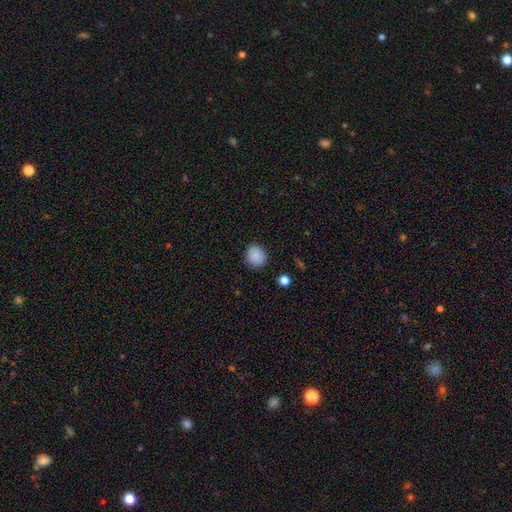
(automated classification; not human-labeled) smooth-or-featured: smooth: 88% | star or artifact: 9% | featured or disk: 3%
  how-rounded: round: 80% | in between: 20% | cigar-shaped: 1%
  merging: none: 88% | minor disturbance: 8% | major disturbance: 2% | merger: 1%